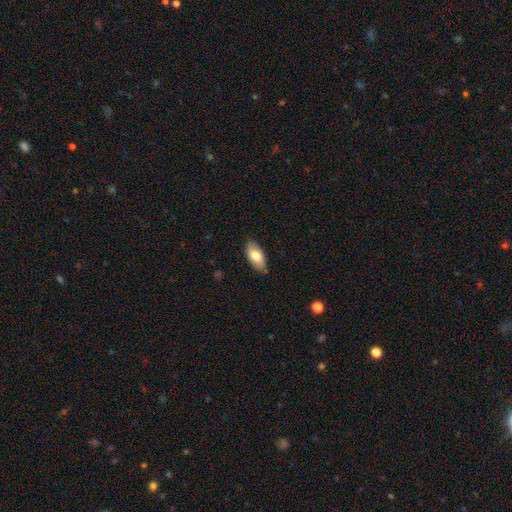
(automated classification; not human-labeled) A smooth galaxy with no disk features (76%) that is in between round and cigar-shaped (91%).

Vote fractions:
- Smooth or featured? smooth: 76% / featured or disk: 18% / star or artifact: 6%
- How rounded? in between: 91% / cigar-shaped: 6% / round: 3%
- Merging? none: 84% / minor disturbance: 13% / major disturbance: 2% / merger: 1%